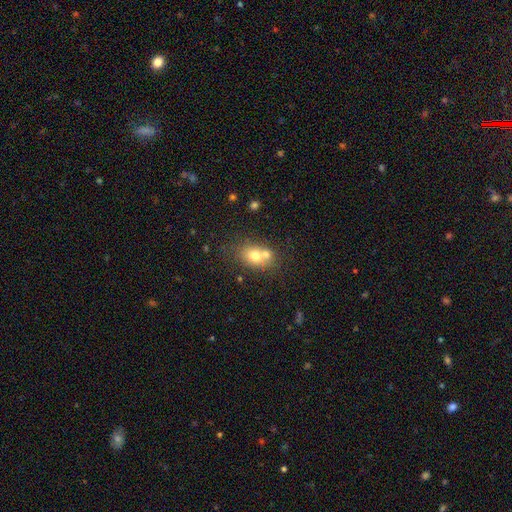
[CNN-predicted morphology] Smooth or featured: smooth — 69% (featured or disk — 19%)
How rounded: in between — 61% (round — 37%)
Merging: merger — 44% (none — 41%)